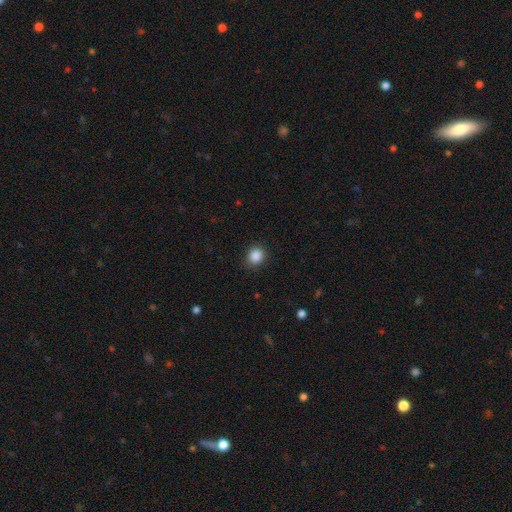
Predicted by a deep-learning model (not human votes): Q: Smooth or featured?
A: smooth (87%); runner-up: star or artifact (10%)
Q: How rounded?
A: round (80%); runner-up: in between (19%)
Q: Merging?
A: none (86%); runner-up: minor disturbance (10%)